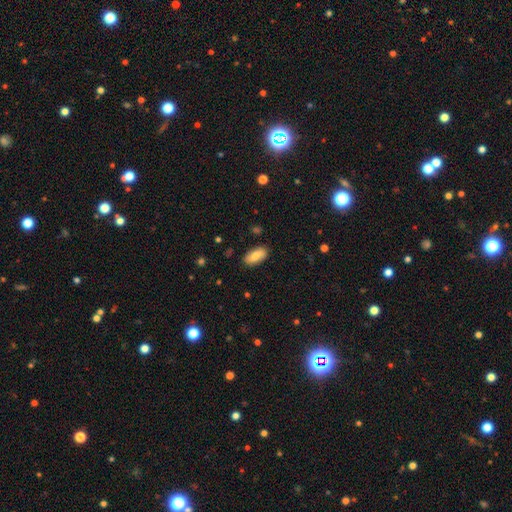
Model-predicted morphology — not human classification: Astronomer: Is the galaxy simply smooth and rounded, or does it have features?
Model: smooth — 74%.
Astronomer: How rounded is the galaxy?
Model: in between — 90%.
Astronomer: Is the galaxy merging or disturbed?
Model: none — 86%.